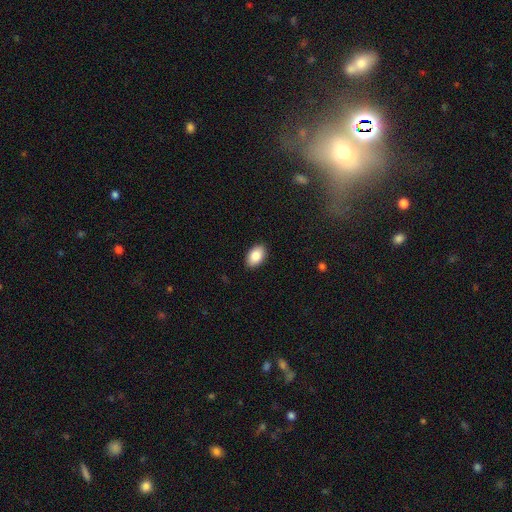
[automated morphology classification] Smooth or featured? smooth (86%)
How rounded? in between (91%)
Merging? none (90%)